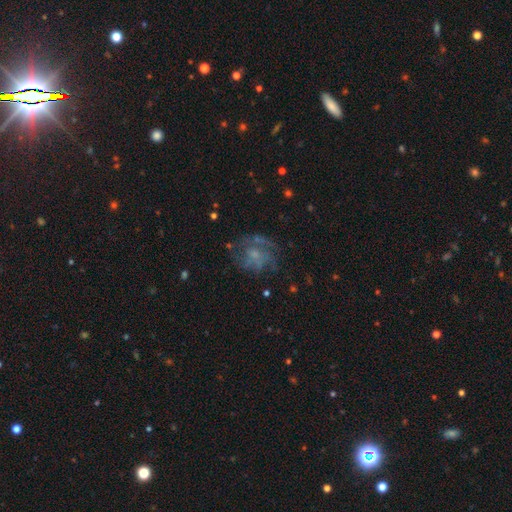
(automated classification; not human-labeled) A featured or disk galaxy (58%) with no bar (77%), spiral arms (61%) and a small central bulge (40%). Merging: none (58%).